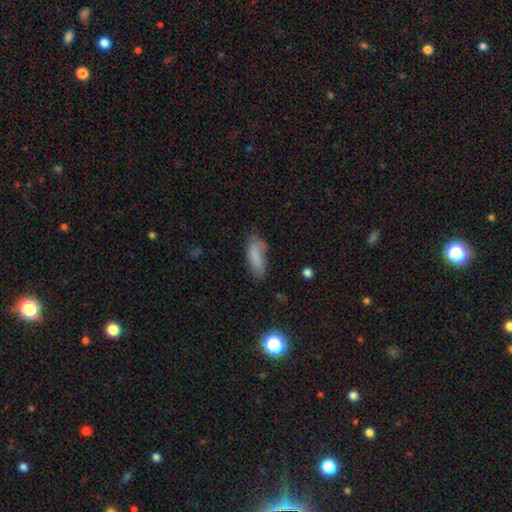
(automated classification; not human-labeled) Overall: smooth (79%). How rounded: in between (68%; cigar-shaped 30%). Merging: none (60%; minor disturbance 28%).